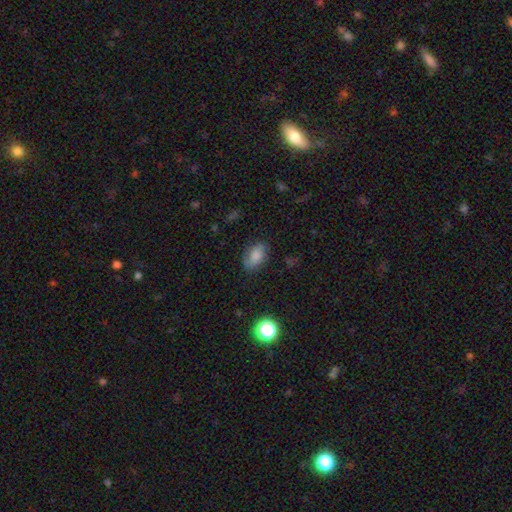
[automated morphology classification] This appears to be a smooth galaxy with no disk features (67%) that is in between round and cigar-shaped (88%). Merging: none (73%).